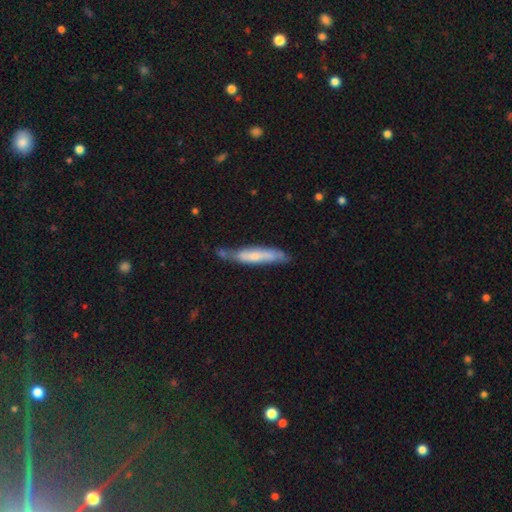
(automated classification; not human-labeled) smooth_or_featured: smooth (p=0.54) [alt: featured or disk p=0.40]
how_rounded: cigar-shaped (p=0.88) [alt: in between p=0.10]
merging: none (p=0.57) [alt: minor disturbance p=0.28]